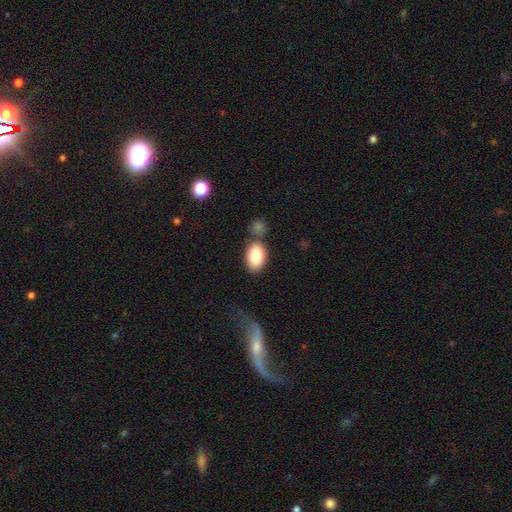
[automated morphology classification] A smooth galaxy with no disk features (83%) that is in between round and cigar-shaped (91%). Merging: none (66%).